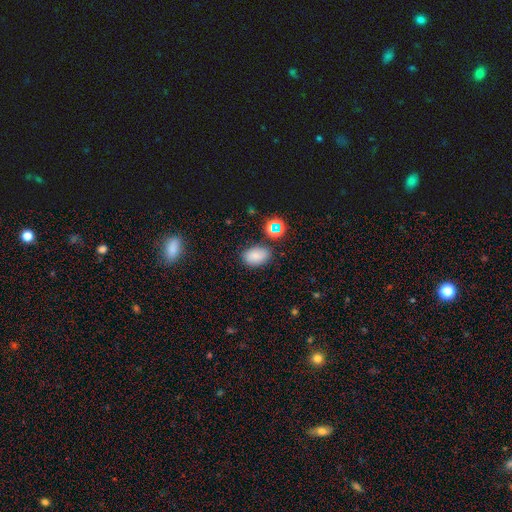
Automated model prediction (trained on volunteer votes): Overall: smooth (77%). How rounded: in between (84%). Merging: none (77%).